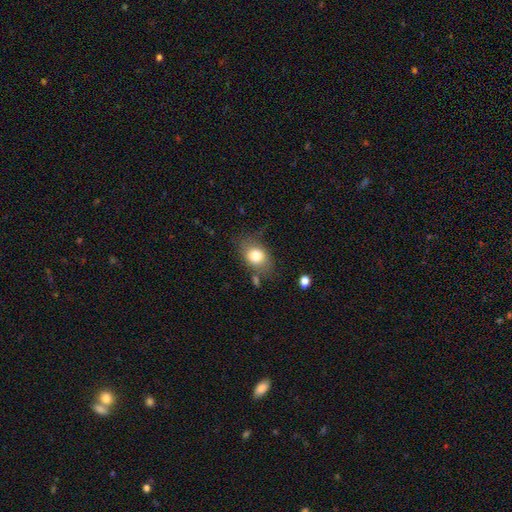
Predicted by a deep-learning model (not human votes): Overall: smooth (78%). How rounded: in between (68%; round 30%). Merging: none (64%).